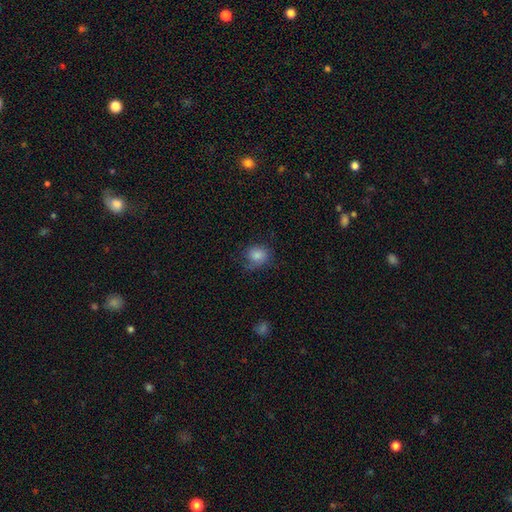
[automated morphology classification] A smooth galaxy with no disk features (82%) that is round (70%).

Vote fractions:
- Smooth or featured? smooth: 82% / star or artifact: 10% / featured or disk: 8%
- How rounded? round: 70% / in between: 29% / cigar-shaped: 1%
- Merging? none: 64% / minor disturbance: 25% / major disturbance: 10% / merger: 2%